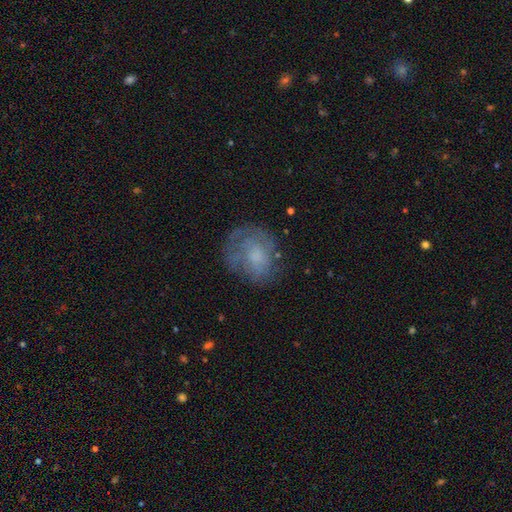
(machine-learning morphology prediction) A smooth galaxy with no disk features (45%, tied with featured or disk).

Vote fractions:
- Smooth or featured? smooth: 45% (tied) / featured or disk: 45% (tied) / star or artifact: 10%
- Merging? none: 63% / minor disturbance: 21% / major disturbance: 14% / merger: 2%